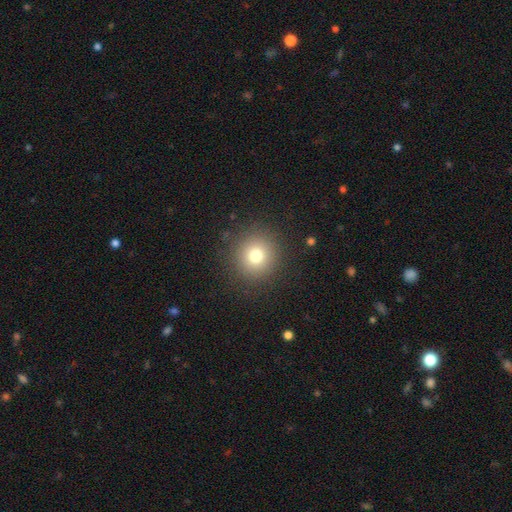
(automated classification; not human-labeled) Q: Smooth or featured?
A: smooth (76%); runner-up: star or artifact (14%)
Q: How rounded?
A: round (91%); runner-up: in between (8%)
Q: Merging?
A: none (89%); runner-up: minor disturbance (7%)